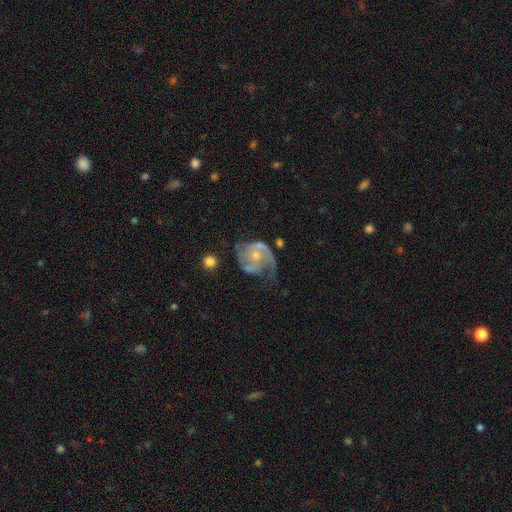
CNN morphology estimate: Smooth or featured?
  - featured or disk: 80% *
  - smooth: 14%
  - star or artifact: 6%
Edge-on disk?
  - no: 98% *
  - yes: 2%
Bar?
  - no: 71% *
  - weak: 24%
  - strong: 4%
Spiral arms?
  - yes: 90% *
  - no: 10%
Spiral winding?
  - medium: 45% *
  - loose: 30%
  - tight: 26%
Spiral arm count?
  - 2: 60% *
  - 1: 19%
  - can't tell: 11%
  - 3: 6%
  - 4: 2%
  - more than 4: 2%
Bulge size?
  - small: 56% *
  - moderate: 35%
  - none: 6%
  - large: 2%
  - dominant: 1%
Merging?
  - none: 39% *
  - major disturbance: 29%
  - minor disturbance: 25%
  - merger: 7%